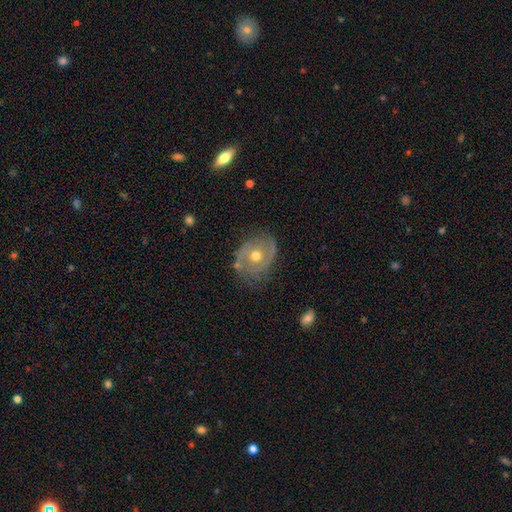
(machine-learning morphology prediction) A featured or disk galaxy (78%) with no bar (75%), 2 (69%) tight (47%) spiral arms (81%) and a moderate central bulge (78%). Merging: none (72%).